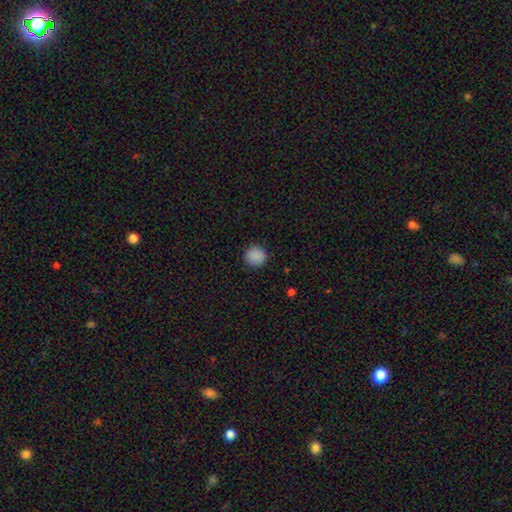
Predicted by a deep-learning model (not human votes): A smooth galaxy with no disk features (88%) that is round (92%). Merging: none (91%).